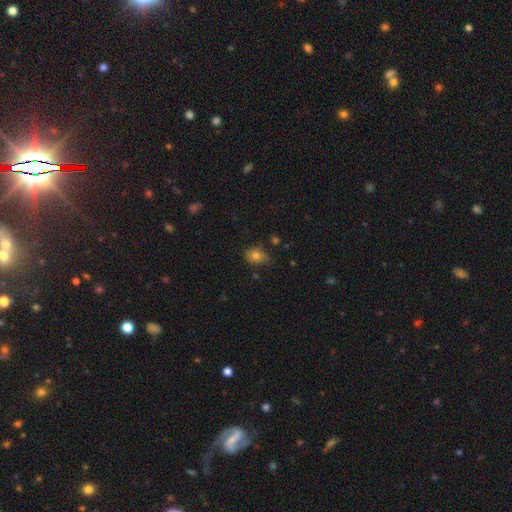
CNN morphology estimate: A smooth galaxy with no disk features (77%) that is in between round and cigar-shaped (57%).

Vote fractions:
- Smooth or featured? smooth: 77% / featured or disk: 11% / star or artifact: 11%
- How rounded? in between: 57% / round: 42% / cigar-shaped: 1%
- Merging? none: 64% / minor disturbance: 28% / major disturbance: 5% / merger: 3%